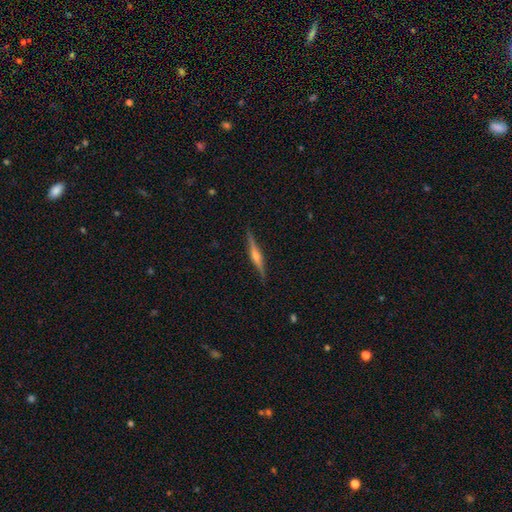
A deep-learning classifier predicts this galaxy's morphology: Overall: featured or disk (78%). Edge-on disk: yes (98%). Edge-on bulge: rounded (81%). Merging: none (90%).